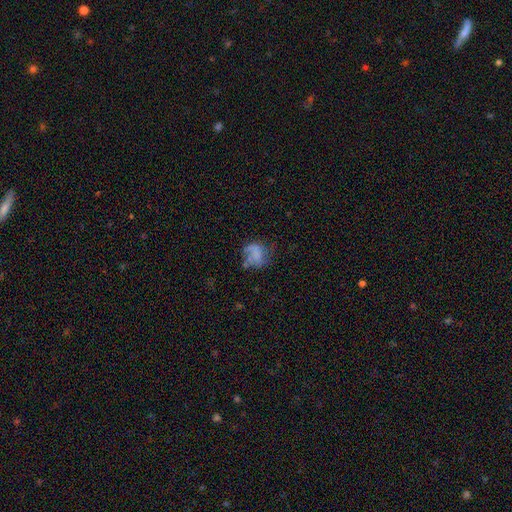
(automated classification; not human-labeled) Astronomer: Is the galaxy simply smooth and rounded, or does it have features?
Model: smooth — 50% (runner-up: featured or disk, 37%).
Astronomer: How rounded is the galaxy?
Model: round — 52% (runner-up: in between, 46%).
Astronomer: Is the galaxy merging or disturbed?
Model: none — 36% (runner-up: major disturbance, 32%).